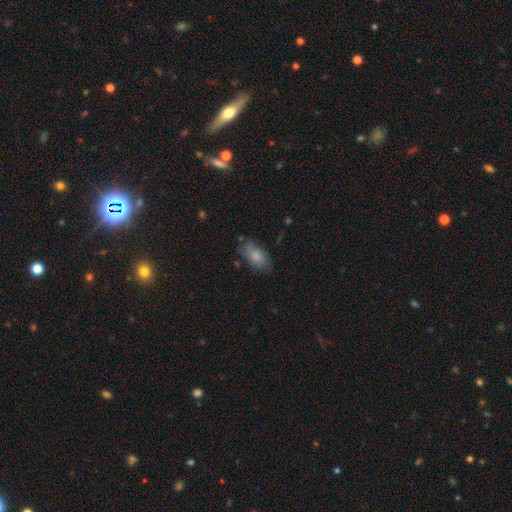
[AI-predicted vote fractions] Smooth or featured: smooth — 79% (featured or disk — 15%)
How rounded: in between — 91% (cigar-shaped — 5%)
Merging: none — 71% (minor disturbance — 21%)